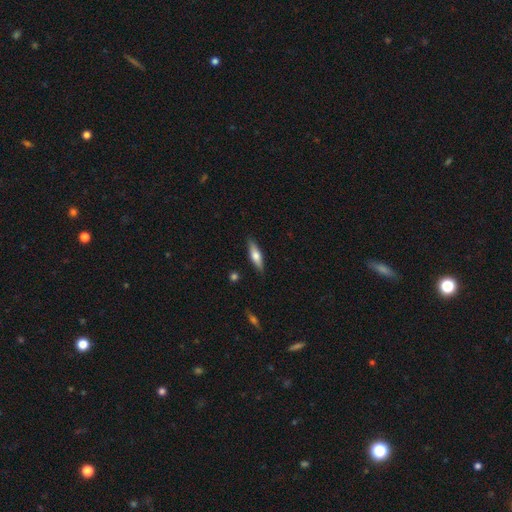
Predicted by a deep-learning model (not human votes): This appears to be a smooth galaxy with no disk features (56%) that is cigar-shaped (62%). Merging: none (88%).